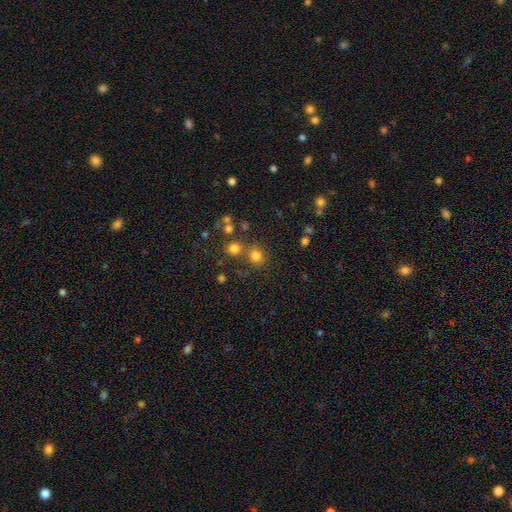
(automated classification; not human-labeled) This is likely a smooth galaxy (76%). How rounded: clearly round (85%). Merging: likely none (68%).